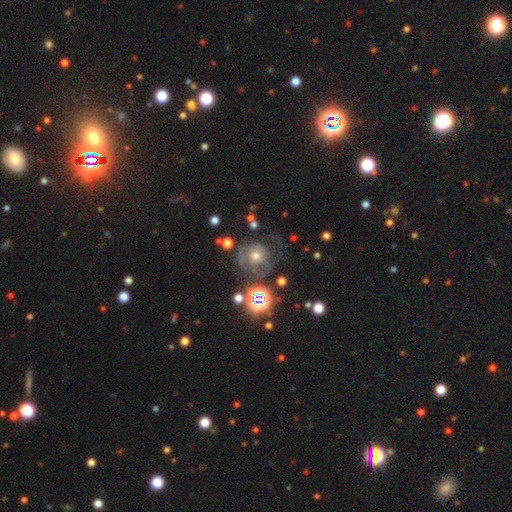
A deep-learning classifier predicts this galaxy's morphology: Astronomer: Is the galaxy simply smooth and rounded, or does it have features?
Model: featured or disk — 49% (runner-up: smooth, 30%).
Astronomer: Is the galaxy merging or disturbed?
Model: none — 52%.